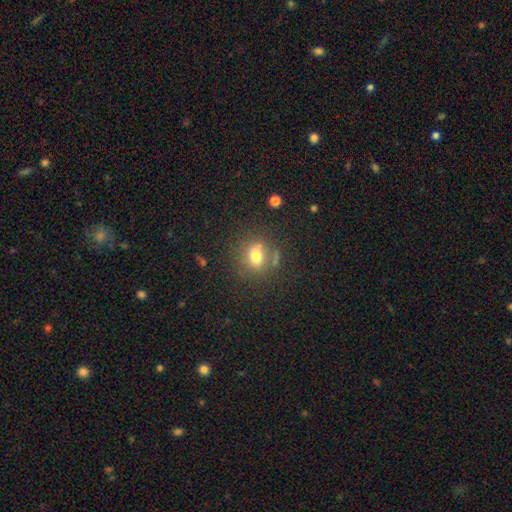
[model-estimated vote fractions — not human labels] Smooth or featured: smooth — 72% (star or artifact — 16%)
How rounded: round — 66% (in between — 32%)
Merging: none — 71% (minor disturbance — 15%)